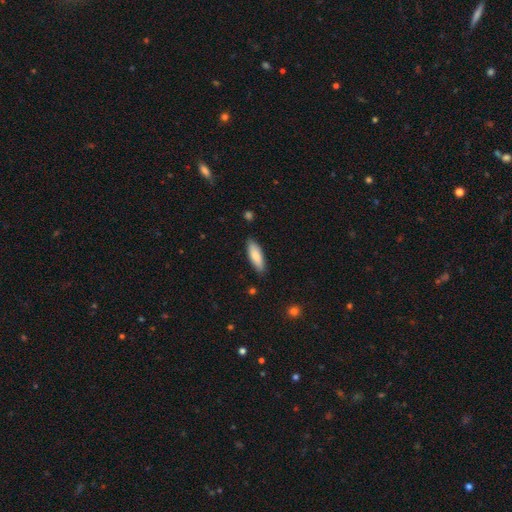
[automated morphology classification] Q: Smooth or featured?
A: smooth (82%); runner-up: featured or disk (12%)
Q: How rounded?
A: in between (58%); runner-up: cigar-shaped (41%)
Q: Merging?
A: none (85%); runner-up: minor disturbance (11%)